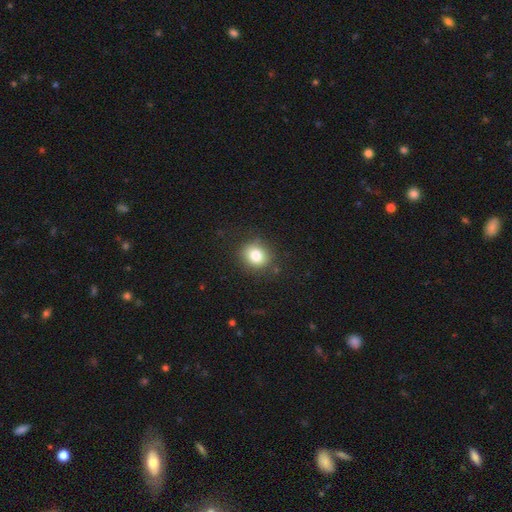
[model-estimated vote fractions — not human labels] Smooth or featured? Predicted: smooth (p=0.81). How rounded? Predicted: round (p=0.75). Merging? Predicted: none (p=0.85).